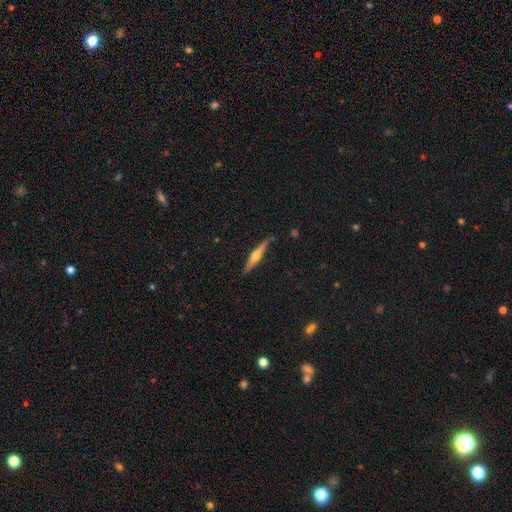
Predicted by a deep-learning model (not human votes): Smooth or featured?
  - featured or disk: 70% *
  - smooth: 24%
  - star or artifact: 6%
Edge-on disk?
  - yes: 97% *
  - no: 3%
Edge-on bulge?
  - rounded: 92% *
  - boxy: 4%
  - none: 4%
Merging?
  - none: 88% *
  - minor disturbance: 9%
  - major disturbance: 2%
  - merger: 2%